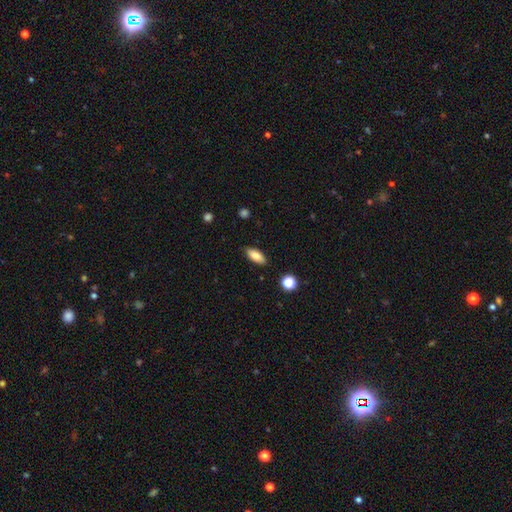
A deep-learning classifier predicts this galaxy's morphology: smooth_or_featured: smooth (p=0.83) [alt: featured or disk p=0.09]
how_rounded: in between (p=0.82) [alt: cigar-shaped p=0.15]
merging: none (p=0.85) [alt: minor disturbance p=0.11]